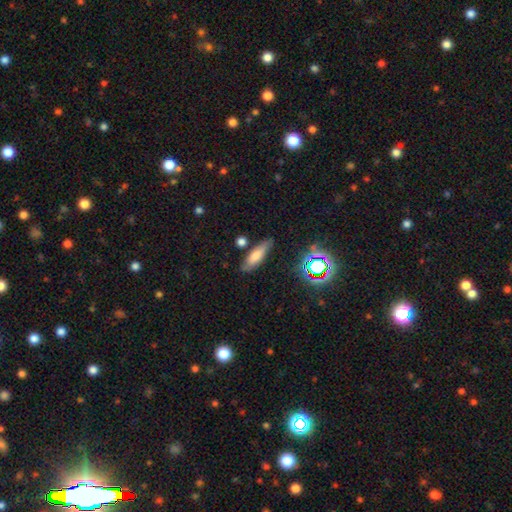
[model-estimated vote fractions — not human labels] This appears to be a smooth galaxy with no disk features (68%) that is cigar-shaped (50%). Merging: none (74%).